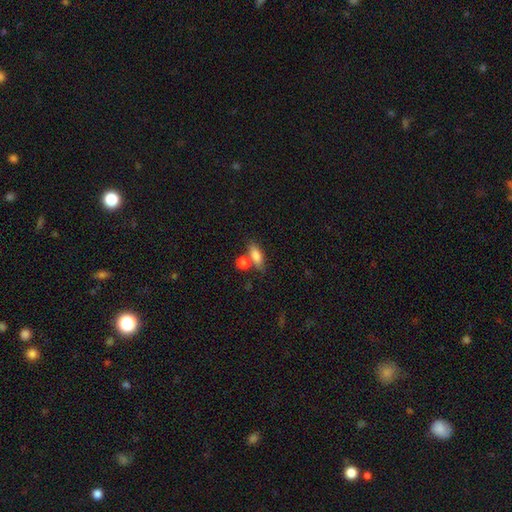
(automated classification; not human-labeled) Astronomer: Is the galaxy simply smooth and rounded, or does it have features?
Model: smooth — 81%.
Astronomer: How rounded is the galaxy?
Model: in between — 74%.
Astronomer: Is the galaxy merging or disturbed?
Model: none — 59%.